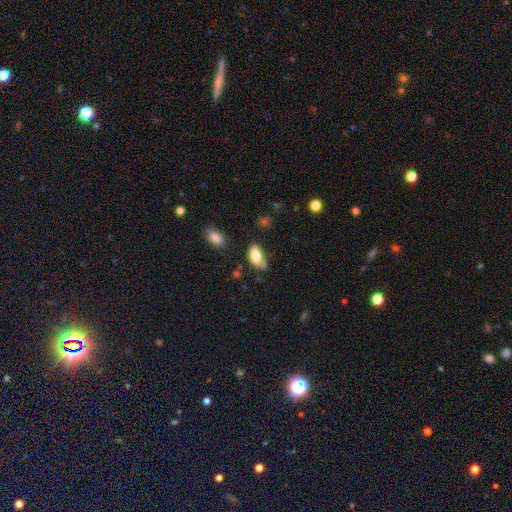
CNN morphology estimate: Smooth or featured: smooth — 79% (featured or disk — 13%)
How rounded: in between — 93% (cigar-shaped — 4%)
Merging: none — 47% (minor disturbance — 36%)